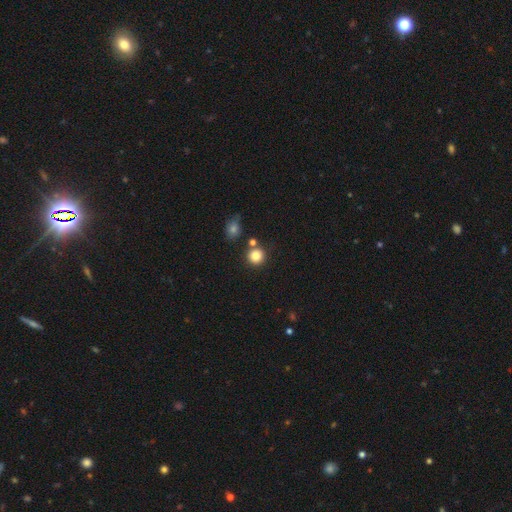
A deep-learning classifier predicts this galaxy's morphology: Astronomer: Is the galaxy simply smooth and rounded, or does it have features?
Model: smooth — 83%.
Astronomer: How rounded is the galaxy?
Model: round — 92%.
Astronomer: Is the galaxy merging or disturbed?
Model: none — 78%.